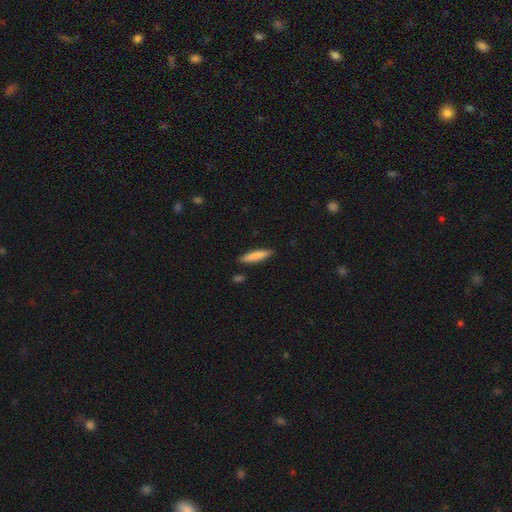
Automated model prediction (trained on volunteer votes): This is clearly a smooth galaxy (82%). How rounded: clearly cigar-shaped (83%). Merging: clearly none (86%).